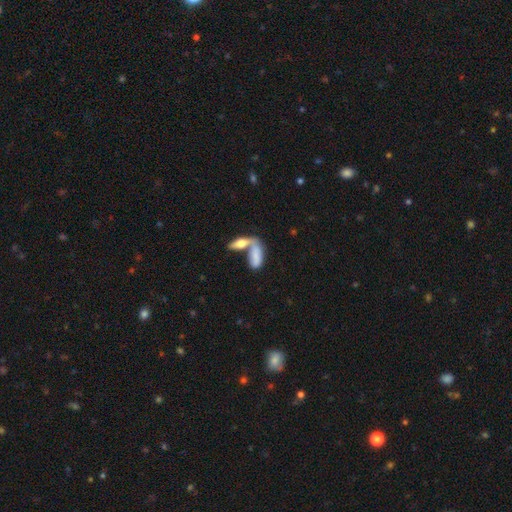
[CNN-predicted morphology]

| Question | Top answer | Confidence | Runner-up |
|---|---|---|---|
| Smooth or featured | smooth | 72% | featured or disk (21%) |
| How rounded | in between | 76% | cigar-shaped (21%) |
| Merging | merger | 64% | none (21%) |